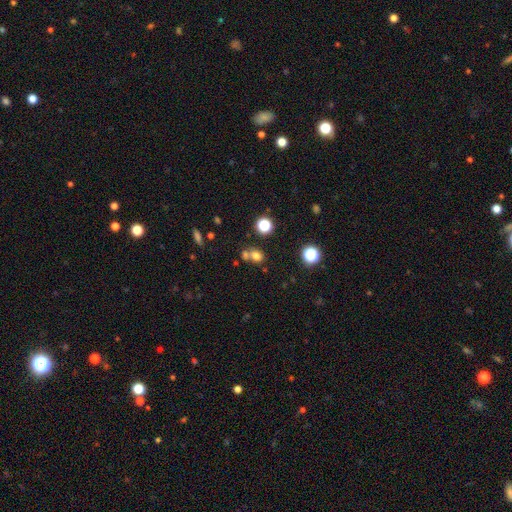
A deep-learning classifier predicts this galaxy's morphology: A smooth galaxy with no disk features (72%) that is round (65%).

Vote fractions:
- Smooth or featured? smooth: 72% / star or artifact: 18% / featured or disk: 10%
- How rounded? round: 65% / in between: 34% / cigar-shaped: 1%
- Merging? none: 50% / merger: 36% / minor disturbance: 10% / major disturbance: 4%